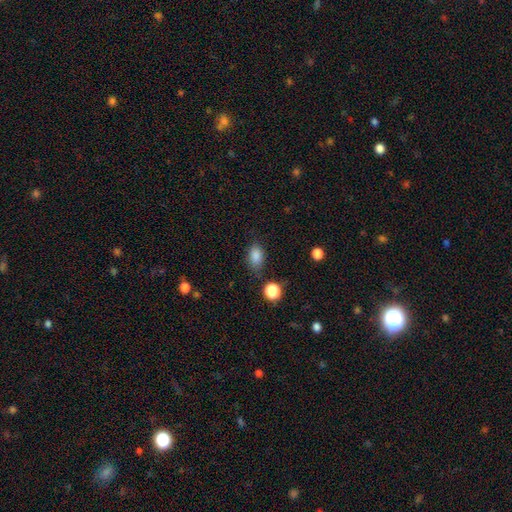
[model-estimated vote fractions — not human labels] This appears to be a smooth galaxy with no disk features (85%) that is in between round and cigar-shaped (85%). Merging: none (75%).